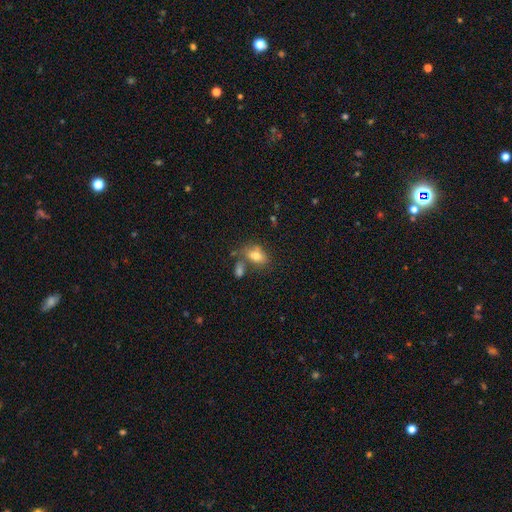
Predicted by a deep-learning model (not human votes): Overall: smooth (77%). How rounded: in between (83%). Merging: none (51%; merger 23%).